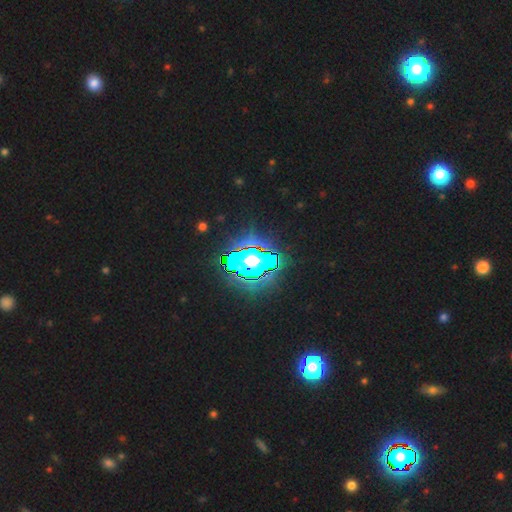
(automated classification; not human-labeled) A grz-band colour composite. It shows a star or artifact, not a galaxy (83%).